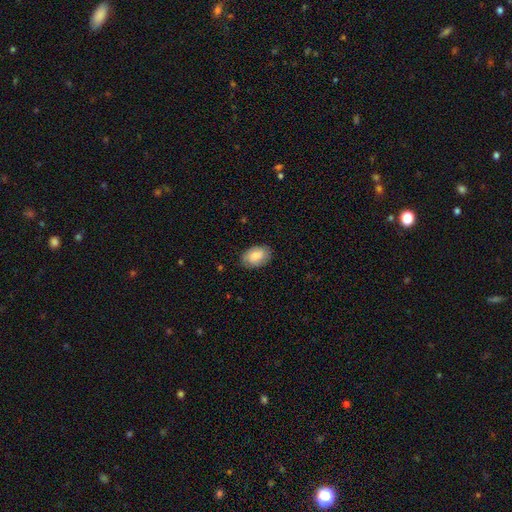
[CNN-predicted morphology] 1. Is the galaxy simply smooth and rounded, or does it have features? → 80% smooth, 13% featured or disk, 7% star or artifact.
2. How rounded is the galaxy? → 89% in between, 10% round, 1% cigar-shaped.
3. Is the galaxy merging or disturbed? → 83% none, 13% minor disturbance, 3% major disturbance, 1% merger.